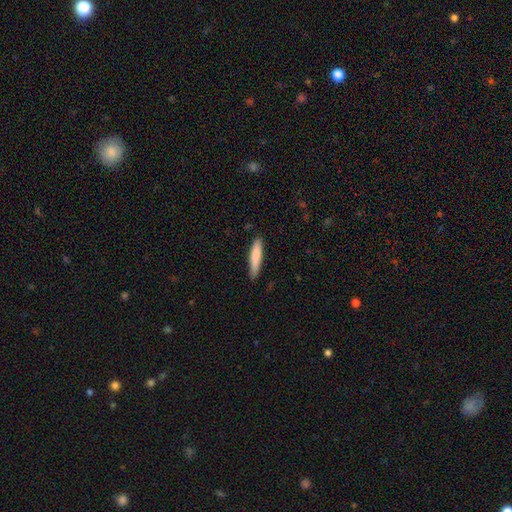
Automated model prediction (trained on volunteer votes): This is clearly a smooth galaxy (82%). How rounded: clearly cigar-shaped (86%). Merging: clearly none (83%).